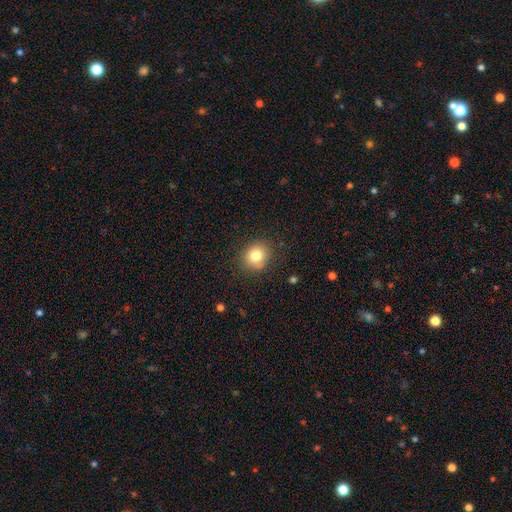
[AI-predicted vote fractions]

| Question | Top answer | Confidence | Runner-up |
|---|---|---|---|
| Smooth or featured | smooth | 80% | star or artifact (11%) |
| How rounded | round | 77% | in between (22%) |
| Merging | none | 85% | minor disturbance (11%) |